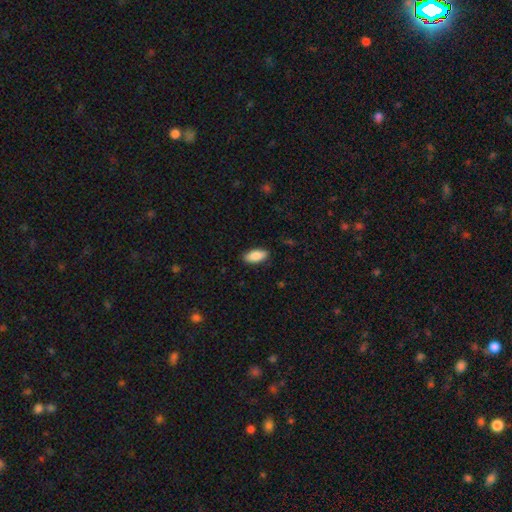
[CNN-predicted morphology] smooth_or_featured: smooth (p=0.87) [alt: featured or disk p=0.07]
how_rounded: in between (p=0.89) [alt: cigar-shaped p=0.09]
merging: none (p=0.88) [alt: minor disturbance p=0.09]